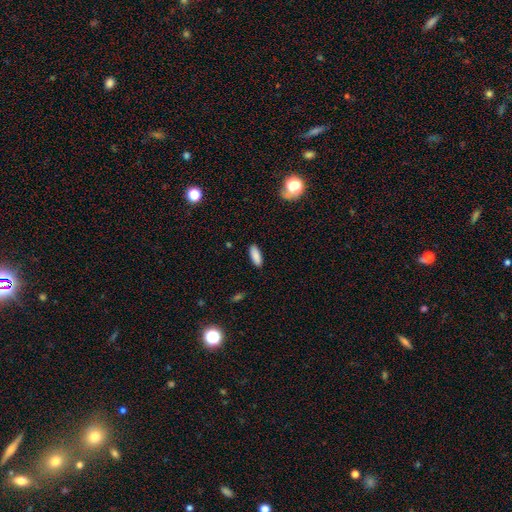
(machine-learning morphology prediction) Smooth or featured: smooth — 88% (star or artifact — 7%)
How rounded: in between — 70% (cigar-shaped — 29%)
Merging: none — 89% (minor disturbance — 8%)